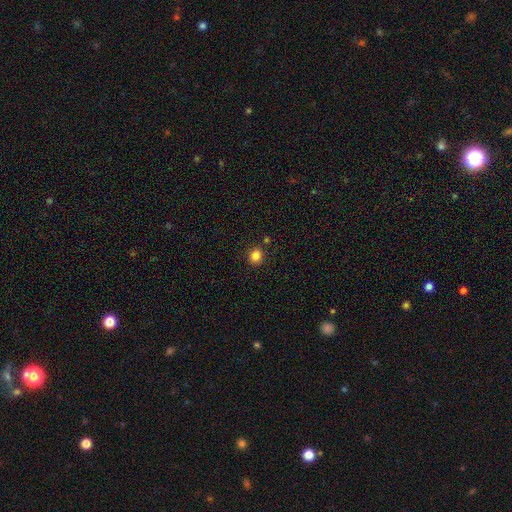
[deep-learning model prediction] smooth_or_featured: smooth (p=0.83) [alt: star or artifact p=0.12]
how_rounded: round (p=0.79) [alt: in between p=0.20]
merging: none (p=0.86) [alt: minor disturbance p=0.08]